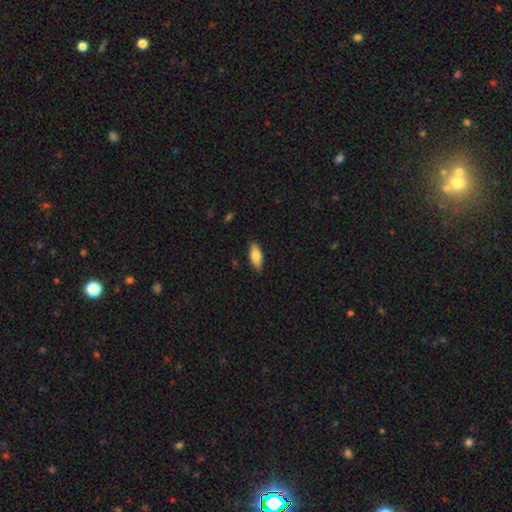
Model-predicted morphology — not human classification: Smooth or featured: smooth — 81% (featured or disk — 13%)
How rounded: in between — 83% (cigar-shaped — 14%)
Merging: none — 86% (minor disturbance — 11%)